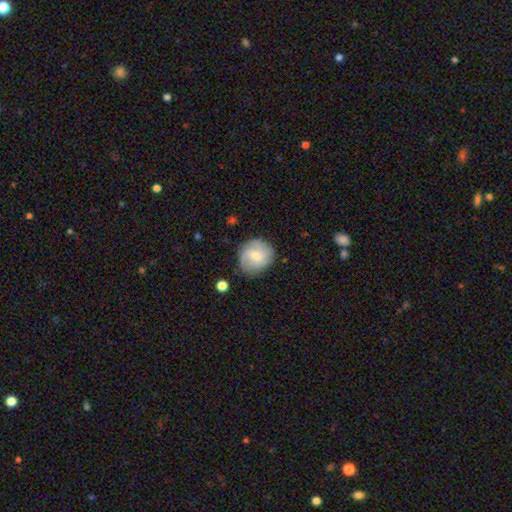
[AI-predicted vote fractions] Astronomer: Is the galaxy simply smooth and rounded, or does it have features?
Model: featured or disk — 56% (runner-up: smooth, 36%).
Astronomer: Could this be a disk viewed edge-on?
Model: no — 97%.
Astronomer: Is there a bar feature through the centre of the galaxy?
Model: no — 53% (runner-up: weak, 41%).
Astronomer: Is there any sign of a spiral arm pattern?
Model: yes — 88%.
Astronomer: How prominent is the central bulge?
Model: small — 50% (runner-up: moderate, 46%).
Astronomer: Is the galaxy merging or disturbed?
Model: none — 78%.